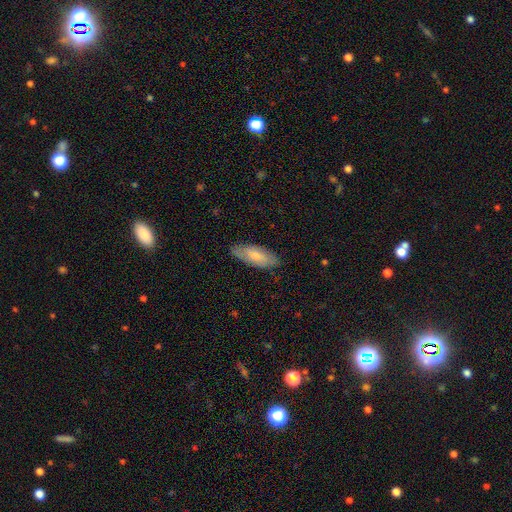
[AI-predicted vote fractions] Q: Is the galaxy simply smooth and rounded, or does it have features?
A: smooth — 70%.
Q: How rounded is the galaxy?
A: in between — 75%.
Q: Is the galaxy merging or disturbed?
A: none — 80%.